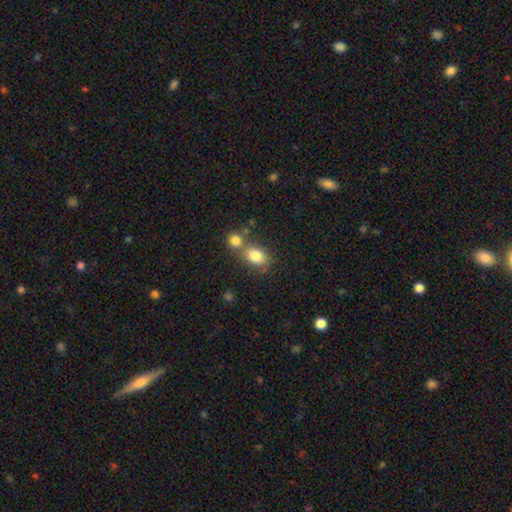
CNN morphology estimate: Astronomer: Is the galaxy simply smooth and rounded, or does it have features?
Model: smooth — 82%.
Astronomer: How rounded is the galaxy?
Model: in between — 73%.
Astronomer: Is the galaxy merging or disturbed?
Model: none — 47% (runner-up: merger, 39%).